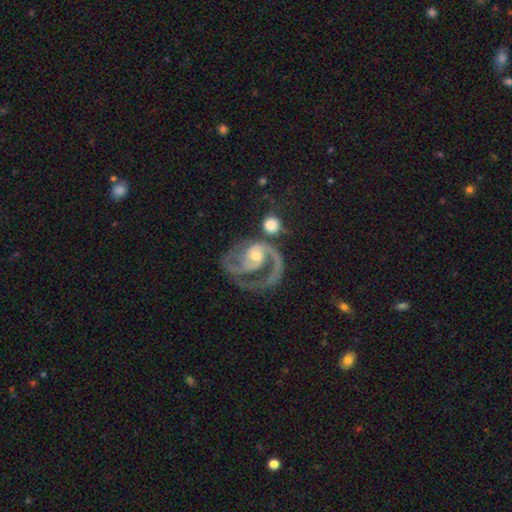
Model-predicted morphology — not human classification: Smooth or featured?
  - featured or disk: 90% *
  - smooth: 5%
  - star or artifact: 4%
Edge-on disk?
  - no: 98% *
  - yes: 2%
Bar?
  - no: 58% *
  - weak: 33%
  - strong: 9%
Spiral arms?
  - yes: 97% *
  - no: 3%
Spiral winding?
  - medium: 51% *
  - tight: 30%
  - loose: 20%
Spiral arm count?
  - 2: 57% *
  - 1: 30%
  - can't tell: 5%
  - 3: 4%
  - 4: 2%
  - more than 4: 2%
Bulge size?
  - moderate: 53% *
  - small: 40%
  - large: 4%
  - none: 2%
  - dominant: 1%
Merging?
  - none: 39% *
  - major disturbance: 30%
  - minor disturbance: 17%
  - merger: 14%